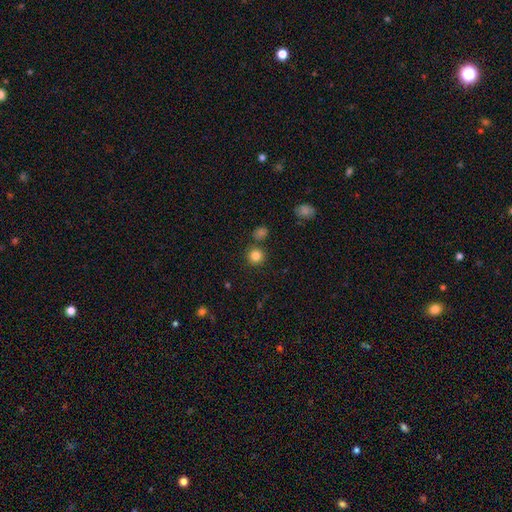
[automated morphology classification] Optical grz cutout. It shows a smooth galaxy with no disk features (84%) that is round (93%). Merging: none (84%).